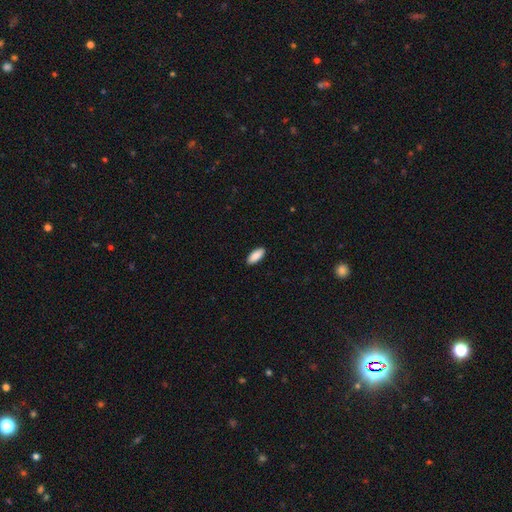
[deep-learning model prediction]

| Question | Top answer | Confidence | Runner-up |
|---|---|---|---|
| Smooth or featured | smooth | 90% | star or artifact (6%) |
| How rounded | in between | 82% | cigar-shaped (16%) |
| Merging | none | 90% | minor disturbance (7%) |